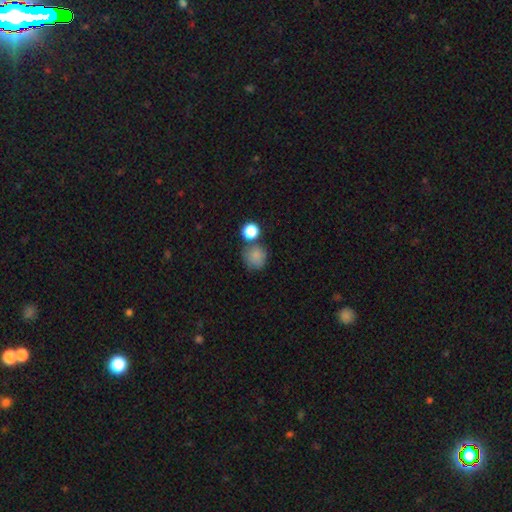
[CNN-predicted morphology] type=smooth (82%); roundness=round (87%); merging=none (61%).